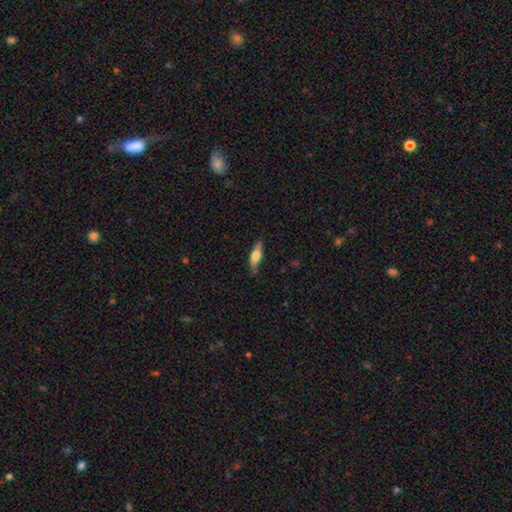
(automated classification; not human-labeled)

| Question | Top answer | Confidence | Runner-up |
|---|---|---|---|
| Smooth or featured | smooth | 61% | featured or disk (33%) |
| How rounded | cigar-shaped | 52% | in between (45%) |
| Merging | none | 77% | minor disturbance (18%) |